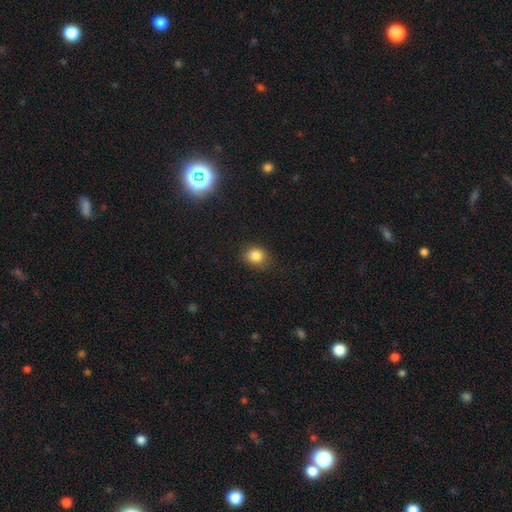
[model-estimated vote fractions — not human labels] Smooth or featured? smooth (84%)
How rounded? round (61%)
Merging? none (81%)